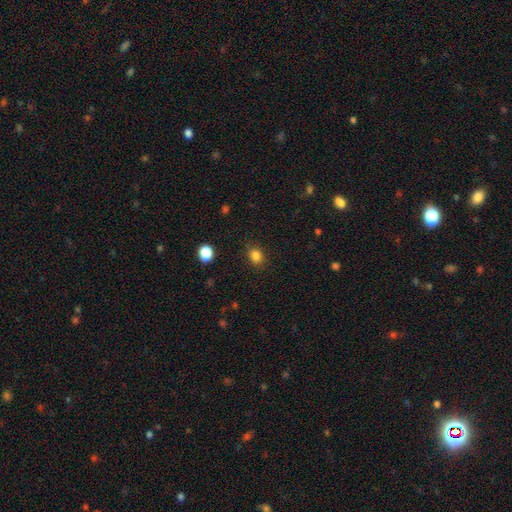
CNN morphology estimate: type=smooth (84%); roundness=round (50%); merging=none (82%).